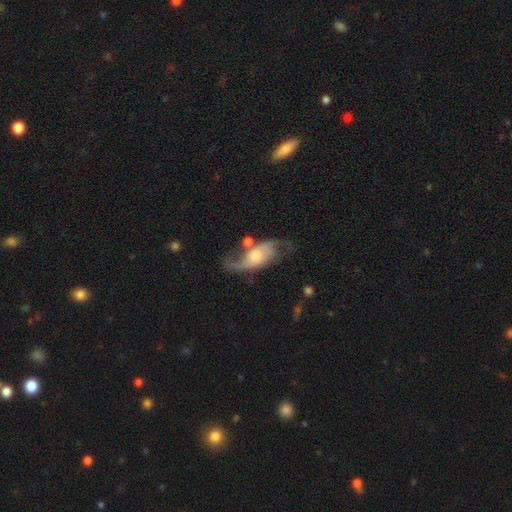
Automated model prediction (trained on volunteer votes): This appears to be a featured or disk galaxy (77%) with no bar (64%), 2 (83%) loose (59%) spiral arms (91%) and a moderate central bulge (54%). Merging: none (49%).